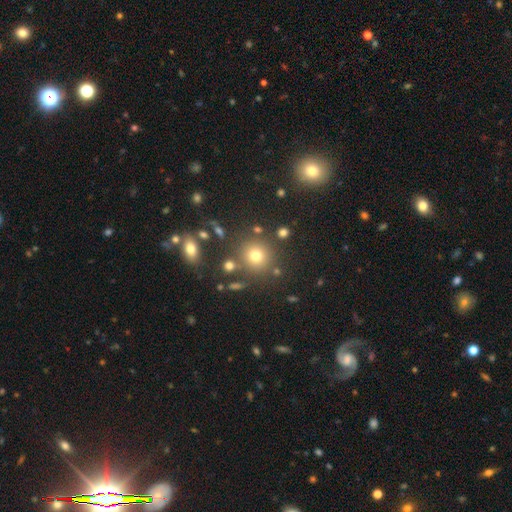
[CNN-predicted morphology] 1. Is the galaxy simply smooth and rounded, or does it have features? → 73% smooth, 17% star or artifact, 9% featured or disk.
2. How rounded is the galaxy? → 90% round, 9% in between, 1% cigar-shaped.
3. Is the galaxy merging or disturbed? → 79% none, 9% minor disturbance, 7% merger, 4% major disturbance.